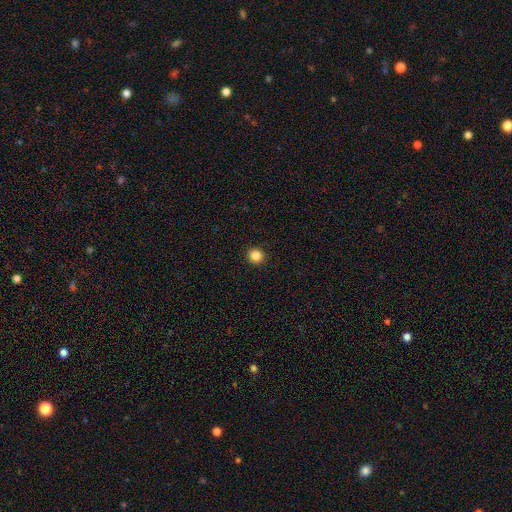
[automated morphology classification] This is clearly a smooth galaxy (85%). How rounded: clearly round (94%). Merging: clearly none (93%).